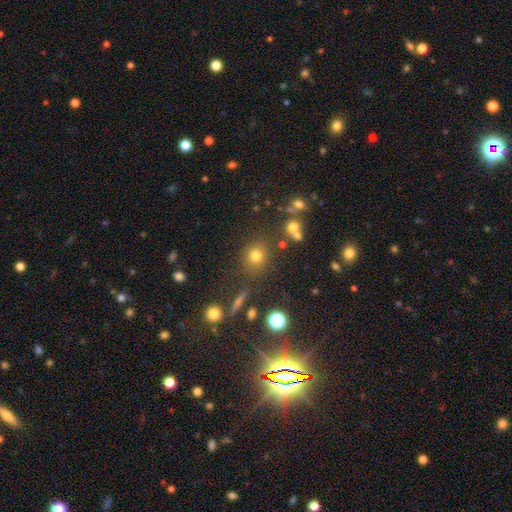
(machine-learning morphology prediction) smooth 72%, star or artifact 18%, featured or disk 9%. Down the decision tree: how rounded — round (83%); merging — none (79%).